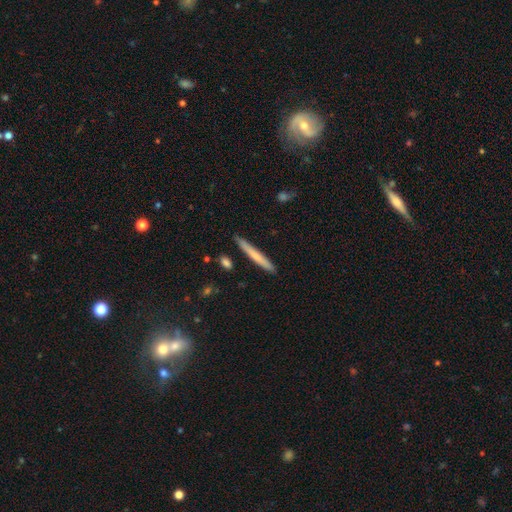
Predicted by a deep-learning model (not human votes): Morphology: type=smooth (64%); roundness=cigar-shaped (96%); merging=none (88%).